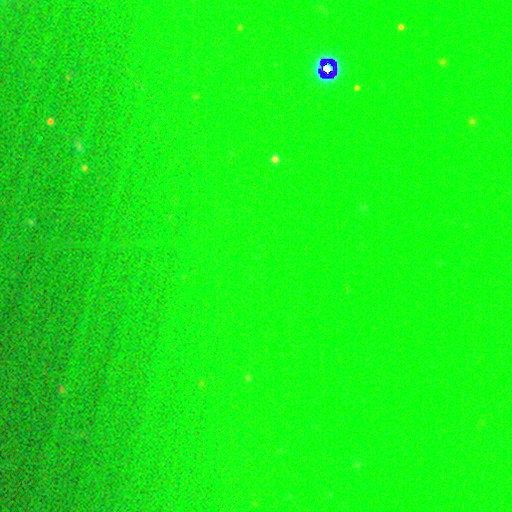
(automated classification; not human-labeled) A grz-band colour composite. It shows a star or artifact, not a galaxy (78%).